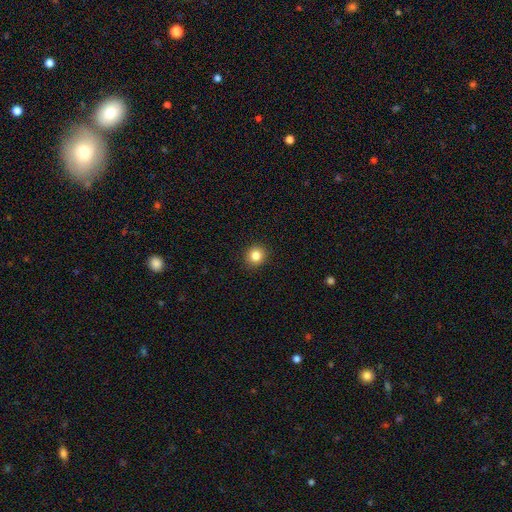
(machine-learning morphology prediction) Q: Smooth or featured?
A: smooth (84%); runner-up: star or artifact (11%)
Q: How rounded?
A: round (87%); runner-up: in between (13%)
Q: Merging?
A: none (92%); runner-up: minor disturbance (6%)